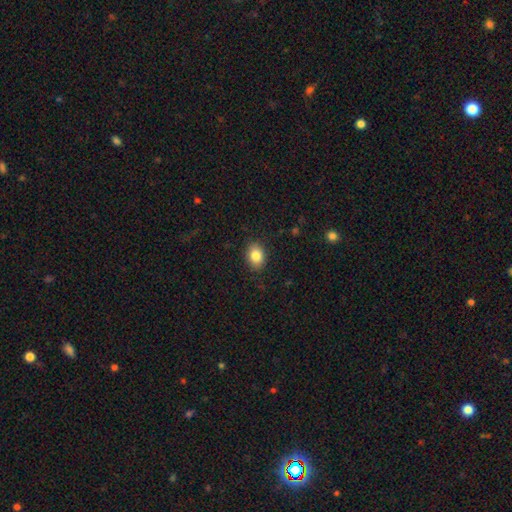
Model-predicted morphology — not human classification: The model was most divided on "how rounded": in between: 66%, round: 33%, cigar-shaped: 1%. More confident: merging — none (88%); smooth or featured — smooth (85%).